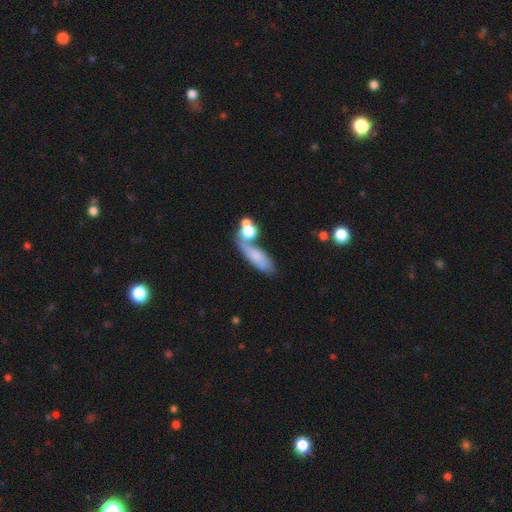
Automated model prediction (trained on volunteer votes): Smooth or featured? Predicted: smooth (p=0.62). How rounded? Predicted: in between (p=0.52). Merging? Predicted: none (p=0.40).